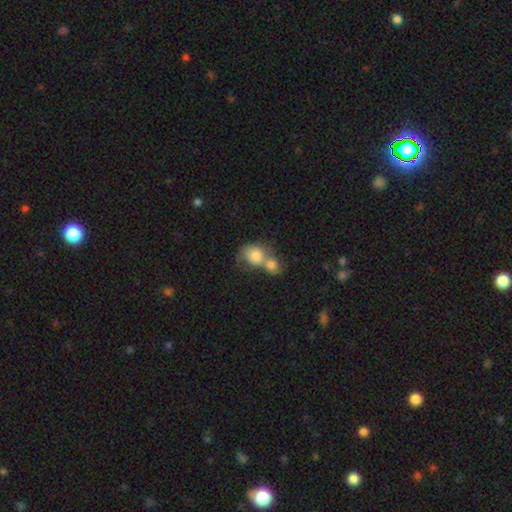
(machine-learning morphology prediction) A smooth galaxy with no disk features (77%) that is round (62%).

Vote fractions:
- Smooth or featured? smooth: 77% / featured or disk: 16% / star or artifact: 7%
- How rounded? round: 62% / in between: 36% / cigar-shaped: 1%
- Merging? merger: 75% / none: 13% / minor disturbance: 6% / major disturbance: 5%